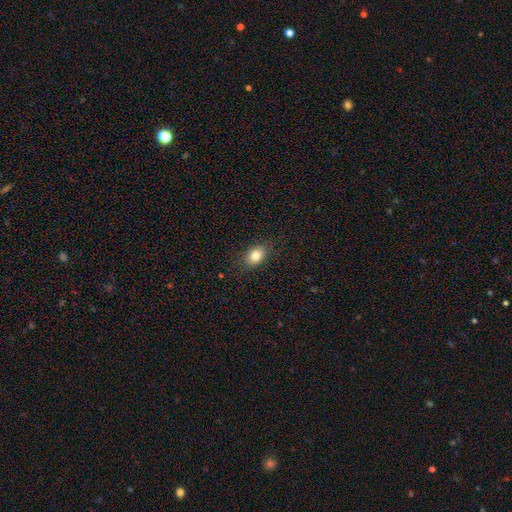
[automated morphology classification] The model was most divided on "how rounded": in between: 80%, round: 19%, cigar-shaped: 2%. More confident: merging — none (86%); smooth or featured — smooth (83%).